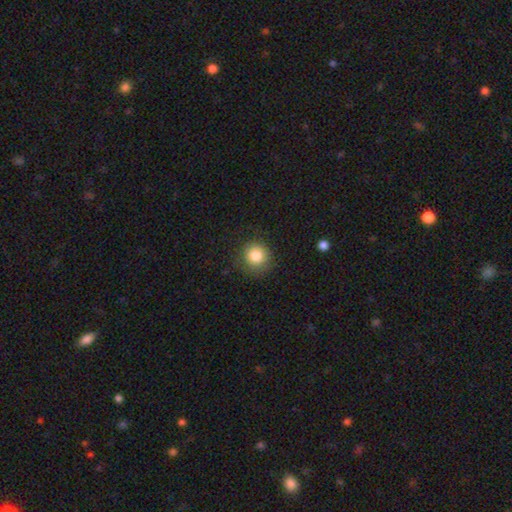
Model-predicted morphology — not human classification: smooth_or_featured: smooth (p=0.83) [alt: star or artifact p=0.10]
how_rounded: round (p=0.91) [alt: in between p=0.08]
merging: none (p=0.83) [alt: minor disturbance p=0.12]